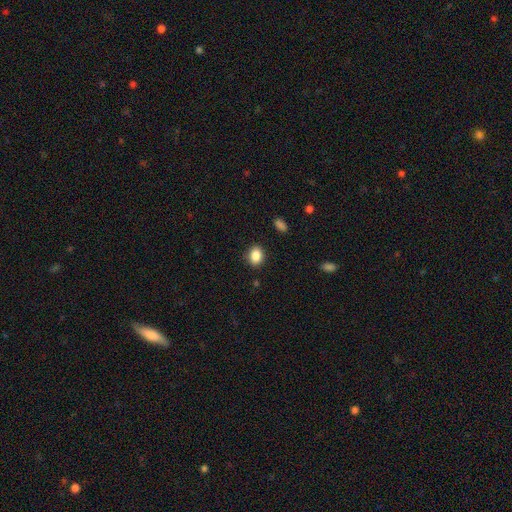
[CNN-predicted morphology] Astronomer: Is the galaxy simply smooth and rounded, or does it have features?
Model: smooth — 86%.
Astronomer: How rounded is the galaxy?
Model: in between — 56% (runner-up: round, 42%).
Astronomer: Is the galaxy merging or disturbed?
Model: none — 88%.